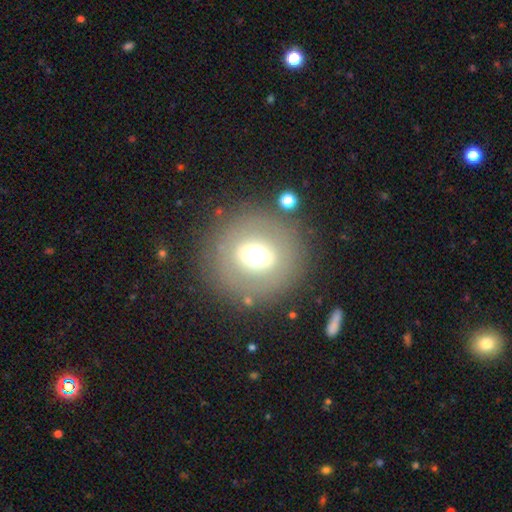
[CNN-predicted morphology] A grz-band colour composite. It shows a smooth galaxy with no disk features (55%) that is round (92%). Merging: none (84%).